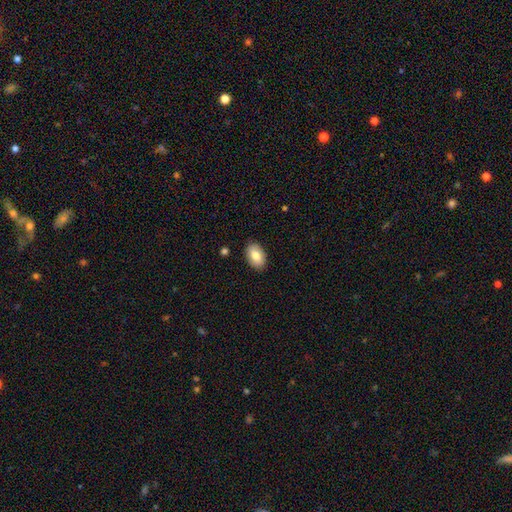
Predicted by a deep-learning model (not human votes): Smooth or featured? Predicted: smooth (p=0.79). How rounded? Predicted: in between (p=0.90). Merging? Predicted: none (p=0.88).